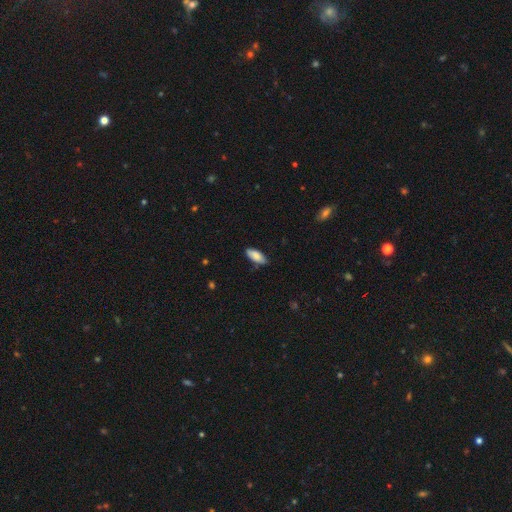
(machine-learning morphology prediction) This is clearly a smooth galaxy (86%). How rounded: clearly in between (81%). Merging: likely none (79%).